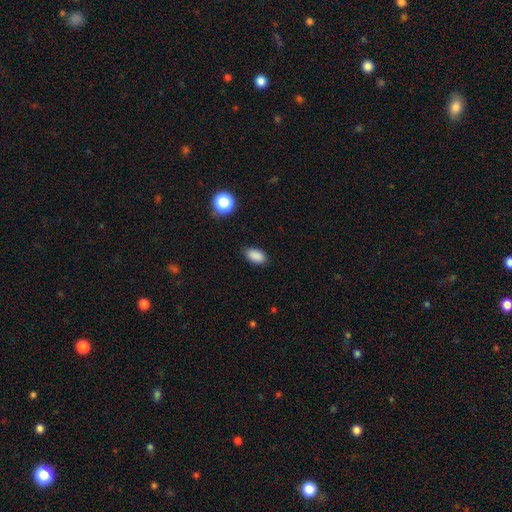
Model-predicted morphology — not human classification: A smooth galaxy with no disk features (88%) that is in between round and cigar-shaped (91%). Merging: none (84%).